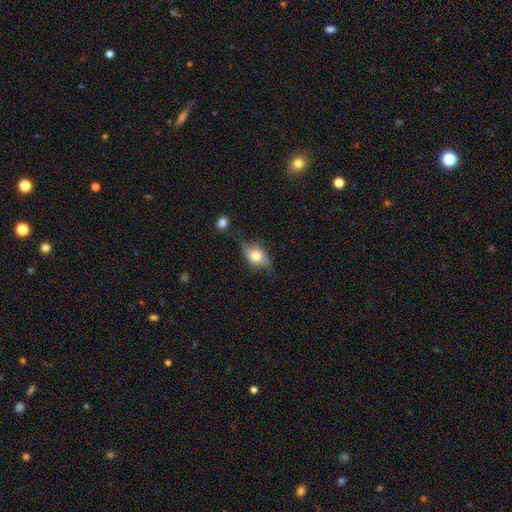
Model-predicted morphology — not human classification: Smooth or featured? smooth (68%)
How rounded? in between (81%)
Merging? none (62%)